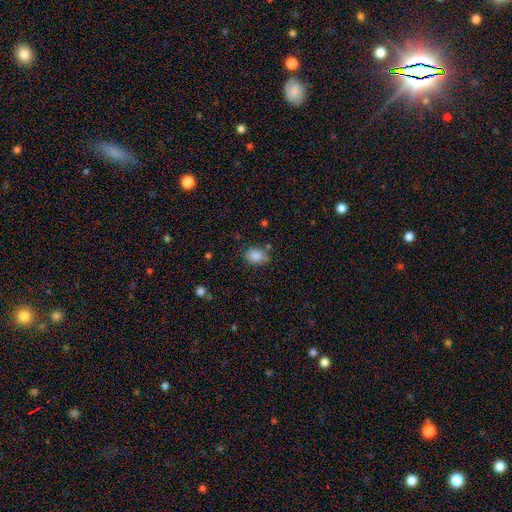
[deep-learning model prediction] This is clearly a smooth galaxy (86%). How rounded: possibly in between (59%). Merging: likely none (66%).